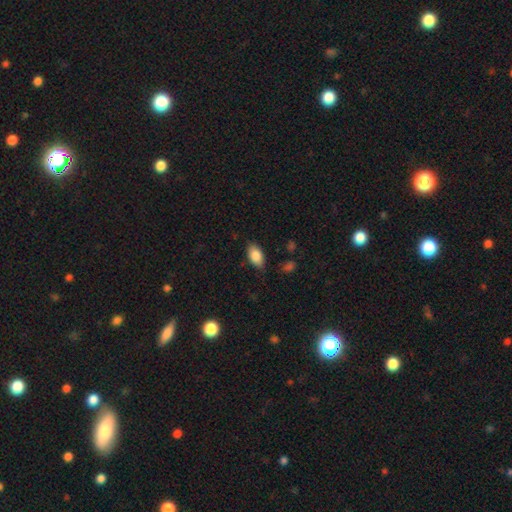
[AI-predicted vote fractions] Smooth or featured?
  - smooth: 85% *
  - featured or disk: 8%
  - star or artifact: 7%
How rounded?
  - in between: 92% *
  - round: 4%
  - cigar-shaped: 4%
Merging?
  - none: 83% *
  - minor disturbance: 13%
  - major disturbance: 3%
  - merger: 1%